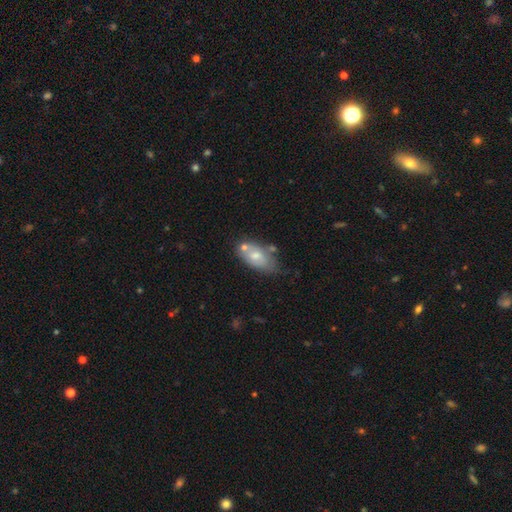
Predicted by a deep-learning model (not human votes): Smooth or featured?
  - smooth: 61% *
  - featured or disk: 32%
  - star or artifact: 7%
How rounded?
  - in between: 90% *
  - round: 5%
  - cigar-shaped: 5%
Merging?
  - none: 44% *
  - minor disturbance: 27%
  - merger: 21%
  - major disturbance: 9%